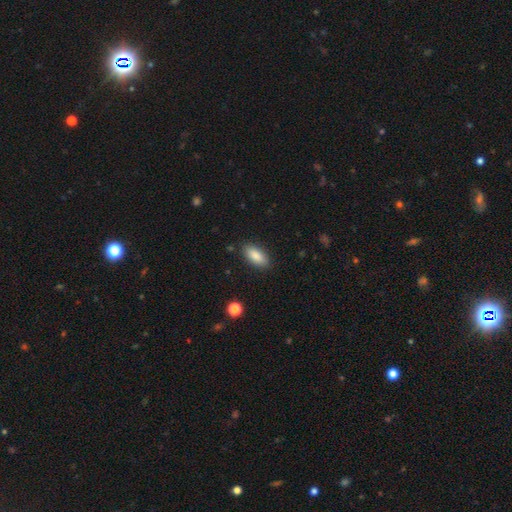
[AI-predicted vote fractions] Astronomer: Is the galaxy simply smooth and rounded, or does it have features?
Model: smooth — 87%.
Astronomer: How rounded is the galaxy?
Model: in between — 86%.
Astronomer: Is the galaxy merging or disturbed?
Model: none — 87%.